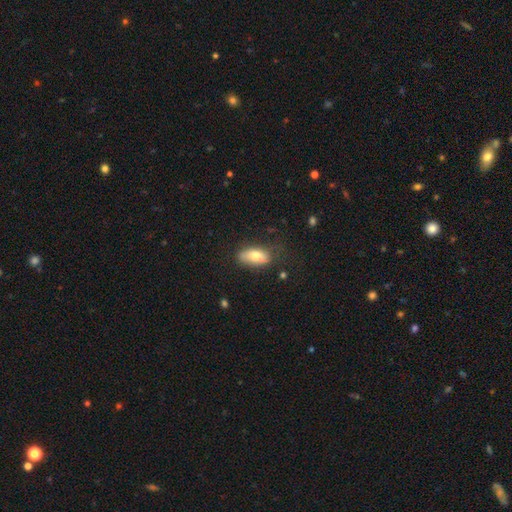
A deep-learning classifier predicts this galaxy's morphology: Smooth or featured?
  - smooth: 74% *
  - featured or disk: 19%
  - star or artifact: 7%
How rounded?
  - in between: 88% *
  - cigar-shaped: 8%
  - round: 4%
Merging?
  - none: 62% *
  - minor disturbance: 27%
  - major disturbance: 9%
  - merger: 2%